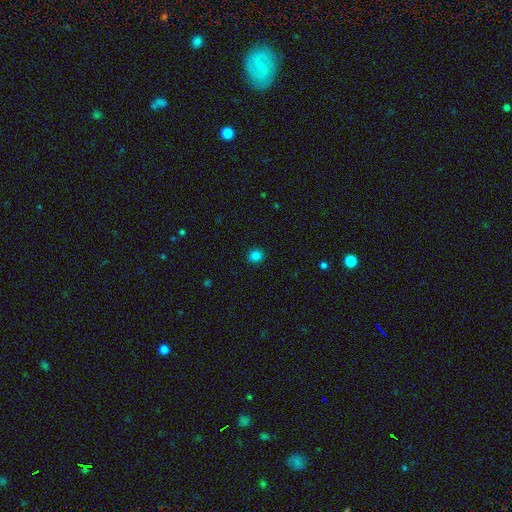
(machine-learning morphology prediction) The model was most divided on "smooth or featured": smooth: 83%, star or artifact: 14%, featured or disk: 3%. More confident: merging — none (92%); how rounded — round (85%).